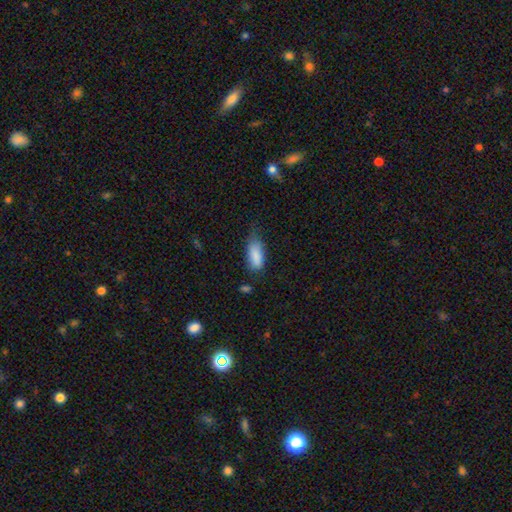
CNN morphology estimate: The model was most divided on "merging": none: 45%, minor disturbance: 40%, major disturbance: 12%, merger: 3%. More confident: smooth or featured — smooth (87%); how rounded — in between (85%).